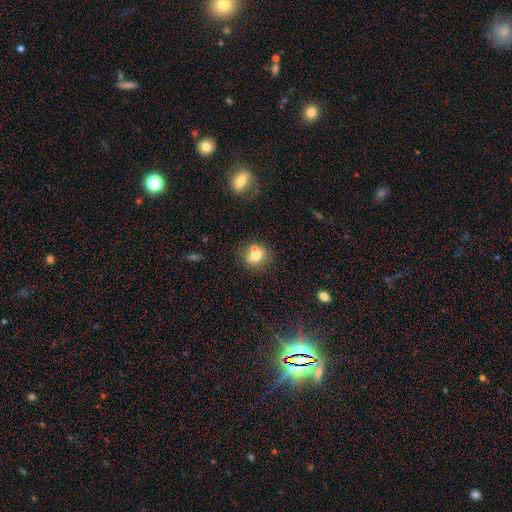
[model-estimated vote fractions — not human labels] This appears to be a smooth galaxy with no disk features (69%) that is round (66%). Merging: none (53%).